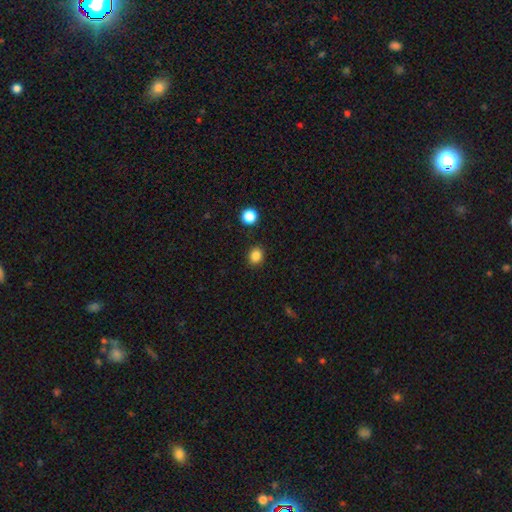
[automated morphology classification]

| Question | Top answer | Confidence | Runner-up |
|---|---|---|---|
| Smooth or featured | smooth | 84% | star or artifact (12%) |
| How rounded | round | 67% | in between (32%) |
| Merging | none | 89% | minor disturbance (7%) |